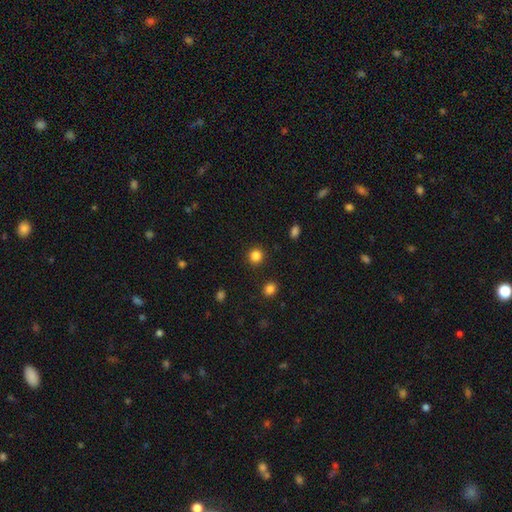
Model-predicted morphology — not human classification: This is clearly a smooth galaxy (85%). How rounded: clearly round (92%). Merging: clearly none (91%).